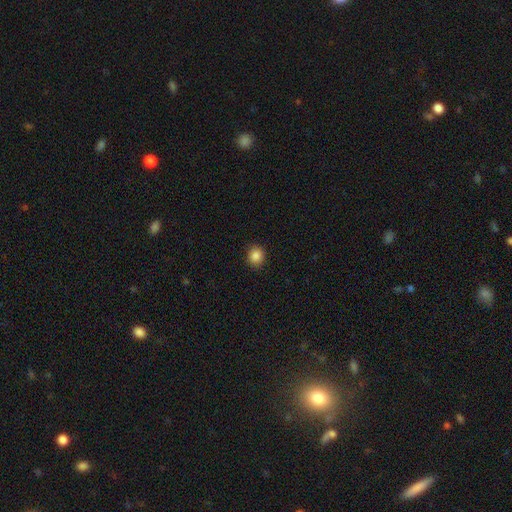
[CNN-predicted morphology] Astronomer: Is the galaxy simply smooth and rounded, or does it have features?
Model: smooth — 86%.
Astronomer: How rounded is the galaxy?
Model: round — 78%.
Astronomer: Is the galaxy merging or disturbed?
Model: none — 89%.